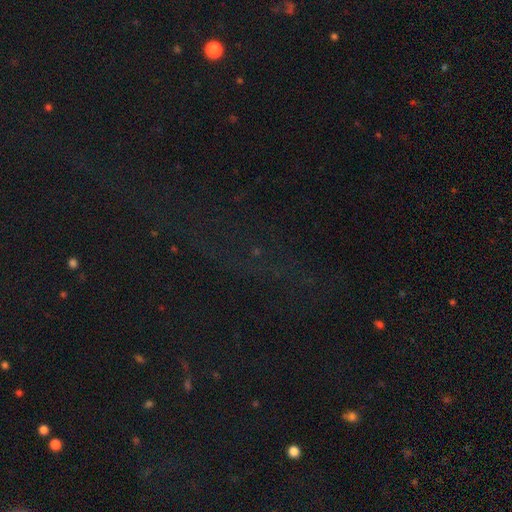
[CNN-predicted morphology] Q: Smooth or featured?
A: star or artifact (72%); runner-up: smooth (17%)